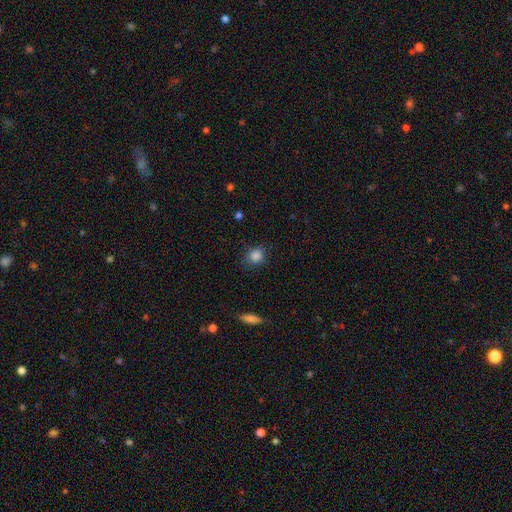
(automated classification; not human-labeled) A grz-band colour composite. It shows a smooth galaxy with no disk features (86%) that is round (78%). Merging: none (82%).